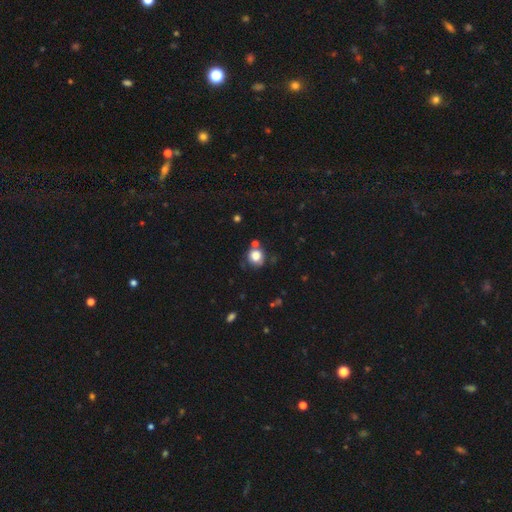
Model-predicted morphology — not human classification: smooth_or_featured: smooth (p=0.80) [alt: star or artifact p=0.11]
how_rounded: round (p=0.83) [alt: in between p=0.16]
merging: none (p=0.63) [alt: minor disturbance p=0.19]